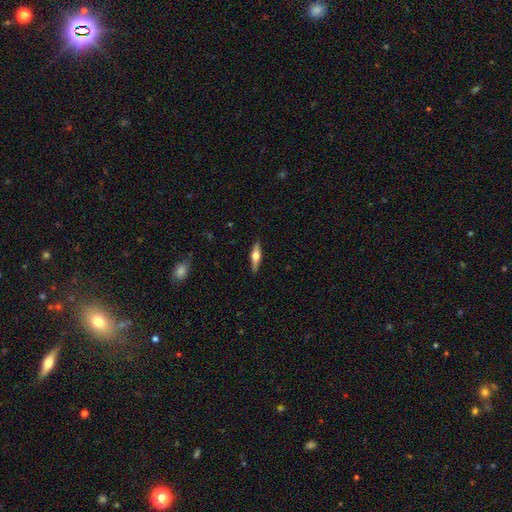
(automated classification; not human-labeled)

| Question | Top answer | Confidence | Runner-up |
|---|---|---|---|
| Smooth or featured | featured or disk | 62% | smooth (33%) |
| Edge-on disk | yes | 95% | no (5%) |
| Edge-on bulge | rounded | 93% | boxy (5%) |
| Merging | none | 89% | minor disturbance (8%) |